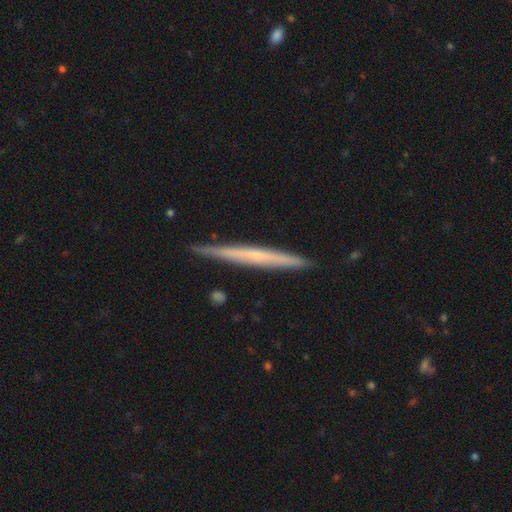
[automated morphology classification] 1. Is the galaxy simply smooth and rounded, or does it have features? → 60% featured or disk, 35% smooth, 6% star or artifact.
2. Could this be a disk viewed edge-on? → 97% yes, 3% no.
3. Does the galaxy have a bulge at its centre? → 73% none, 23% rounded, 4% boxy.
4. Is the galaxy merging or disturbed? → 87% none, 10% minor disturbance, 1% major disturbance, 1% merger.